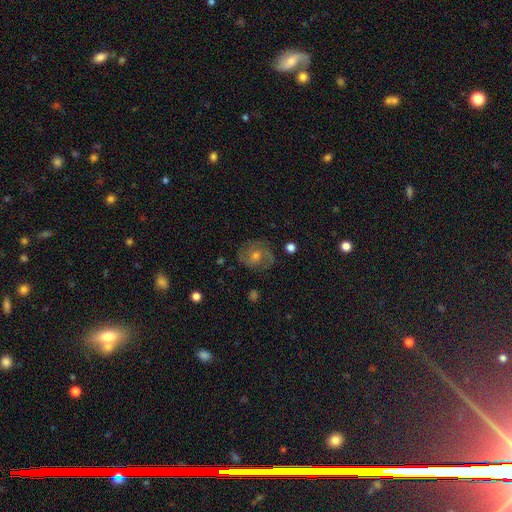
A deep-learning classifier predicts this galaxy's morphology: Smooth or featured? Predicted: featured or disk (p=0.67). Edge-on disk? Predicted: no (p=0.97). Bar? Predicted: no (p=0.62). Spiral arms? Predicted: yes (p=0.88). Spiral winding? Predicted: tight (p=0.44). Spiral arm count? Predicted: 2 (p=0.55). Bulge size? Predicted: moderate (p=0.59). Merging? Predicted: none (p=0.79).